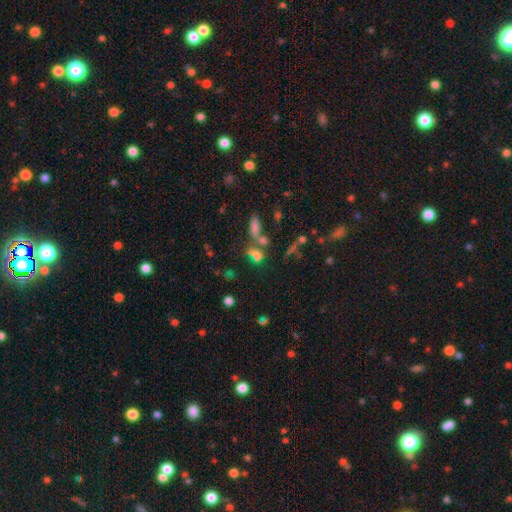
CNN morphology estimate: The model was most divided on "merging": none: 41%, merger: 38%, minor disturbance: 12%, major disturbance: 9%. More confident: how rounded — in between (61%); smooth or featured — smooth (61%).